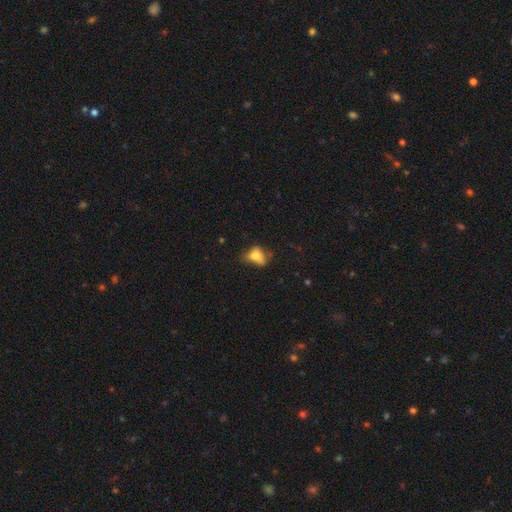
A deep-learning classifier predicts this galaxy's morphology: This is likely a smooth galaxy (66%). How rounded: likely in between (74%). Merging: marginally none (31%).